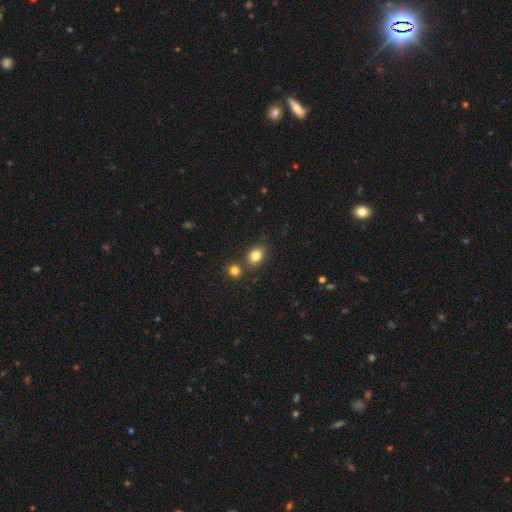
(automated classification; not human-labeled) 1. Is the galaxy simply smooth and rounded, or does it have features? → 82% smooth, 10% star or artifact, 7% featured or disk.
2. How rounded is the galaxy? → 64% in between, 35% round, 1% cigar-shaped.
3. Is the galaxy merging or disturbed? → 67% none, 20% merger, 11% minor disturbance, 3% major disturbance.